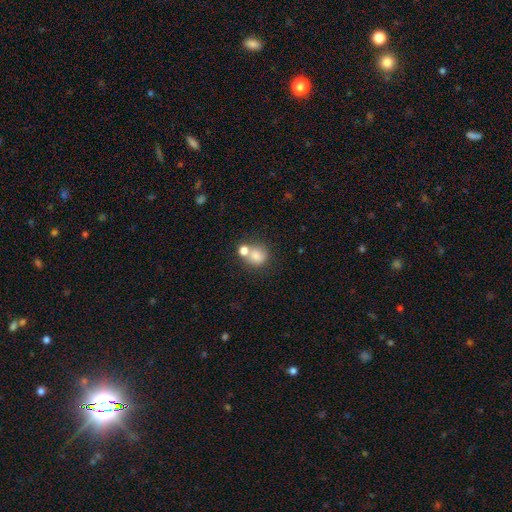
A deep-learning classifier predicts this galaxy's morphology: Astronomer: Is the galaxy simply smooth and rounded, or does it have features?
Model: smooth — 78%.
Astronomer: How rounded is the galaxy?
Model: round — 80%.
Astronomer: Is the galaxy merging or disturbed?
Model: none — 45% (runner-up: merger, 40%).